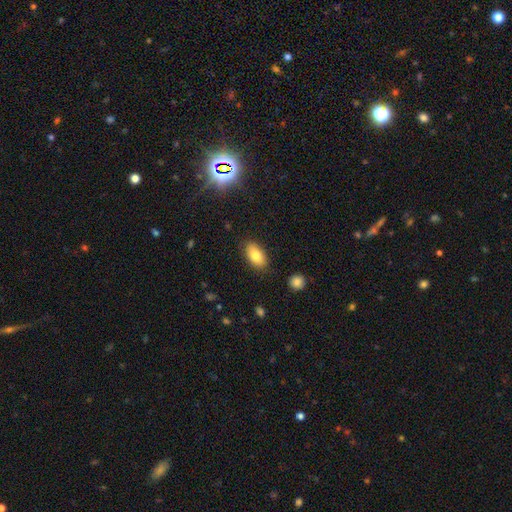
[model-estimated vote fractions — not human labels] A smooth galaxy with no disk features (80%) that is in between round and cigar-shaped (92%).

Vote fractions:
- Smooth or featured? smooth: 80% / featured or disk: 12% / star or artifact: 8%
- How rounded? in between: 92% / round: 5% / cigar-shaped: 4%
- Merging? none: 84% / minor disturbance: 12% / major disturbance: 3% / merger: 2%